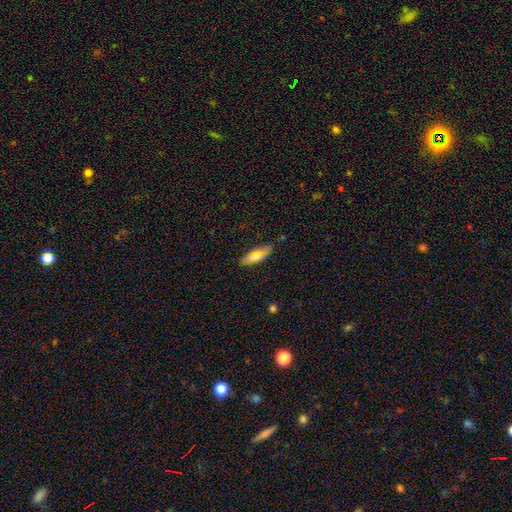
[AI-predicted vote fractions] Overall: smooth (66%). How rounded: in between (59%; cigar-shaped 38%). Merging: none (81%).